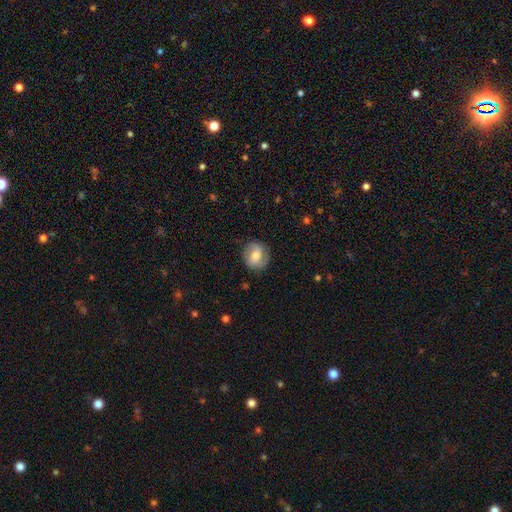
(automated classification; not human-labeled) This appears to be a smooth galaxy with no disk features (56%) that is round (81%). Merging: none (82%).